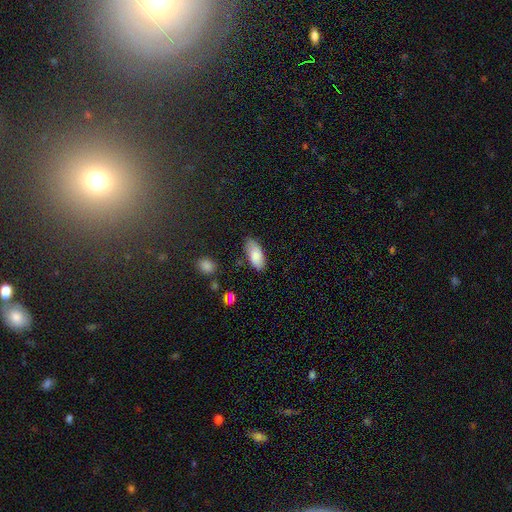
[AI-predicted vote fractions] Smooth or featured?
  - smooth: 82% *
  - featured or disk: 11%
  - star or artifact: 7%
How rounded?
  - in between: 87% *
  - cigar-shaped: 11%
  - round: 2%
Merging?
  - none: 71% *
  - minor disturbance: 23%
  - major disturbance: 4%
  - merger: 3%